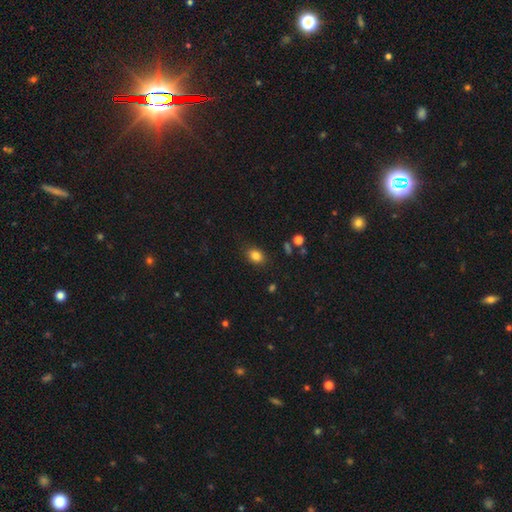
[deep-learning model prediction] This appears to be a smooth galaxy with no disk features (84%) that is in between round and cigar-shaped (62%). Merging: none (84%).